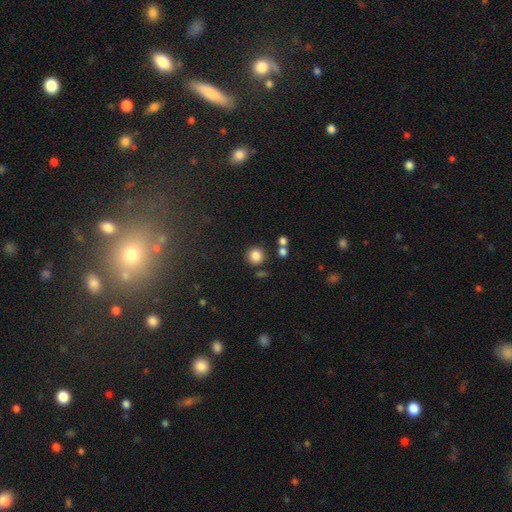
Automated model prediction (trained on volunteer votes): Smooth or featured?
  - smooth: 84% *
  - star or artifact: 11%
  - featured or disk: 5%
How rounded?
  - round: 93% *
  - in between: 6%
  - cigar-shaped: 1%
Merging?
  - none: 82% *
  - minor disturbance: 8%
  - merger: 7%
  - major disturbance: 3%